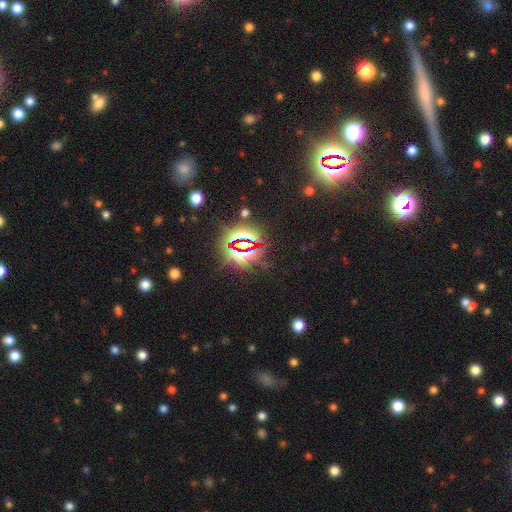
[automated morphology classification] Overall: star or artifact (82%).